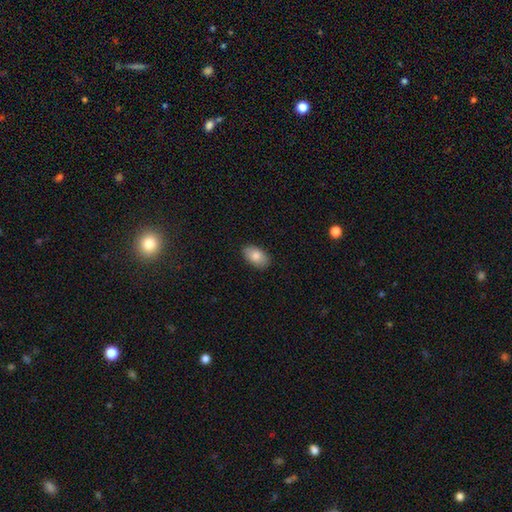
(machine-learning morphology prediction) Overall: smooth (82%). How rounded: in between (92%). Merging: none (87%).